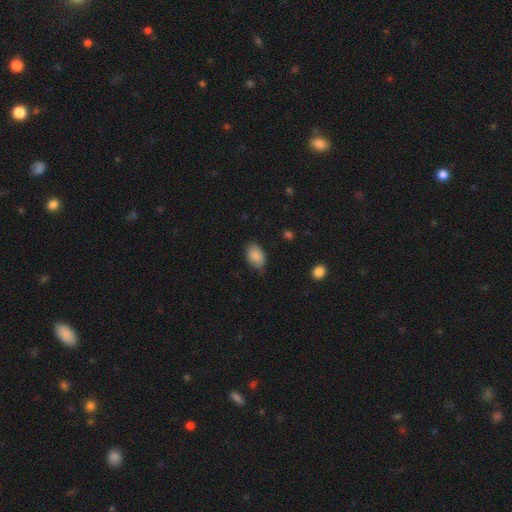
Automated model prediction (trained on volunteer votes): This appears to be a smooth galaxy with no disk features (88%) that is in between round and cigar-shaped (88%). Merging: none (73%).